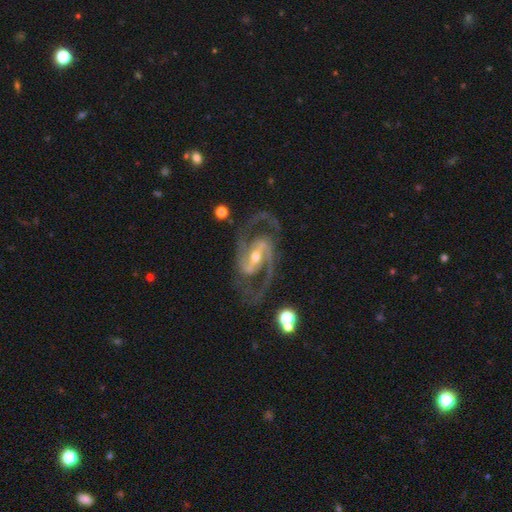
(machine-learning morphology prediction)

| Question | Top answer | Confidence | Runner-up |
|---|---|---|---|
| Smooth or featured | featured or disk | 93% | star or artifact (4%) |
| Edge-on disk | no | 97% | yes (3%) |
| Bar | strong | 58% | weak (32%) |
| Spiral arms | yes | 98% | no (2%) |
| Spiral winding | medium | 66% | tight (21%) |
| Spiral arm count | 2 | 92% | 3 (3%) |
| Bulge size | moderate | 56% | small (39%) |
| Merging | none | 77% | minor disturbance (14%) |